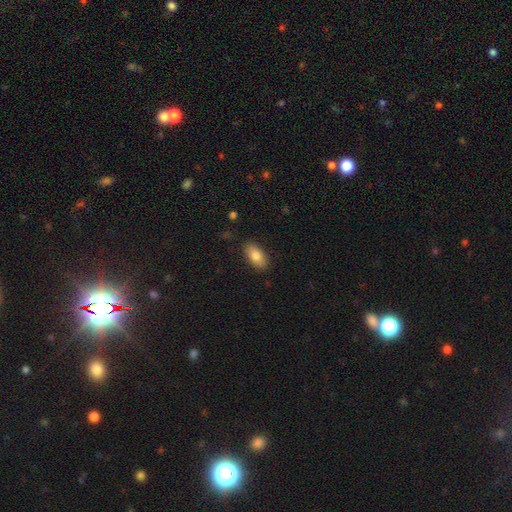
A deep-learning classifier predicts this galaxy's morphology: The model was most divided on "smooth or featured": smooth: 83%, featured or disk: 10%, star or artifact: 7%. More confident: how rounded — in between (92%); merging — none (87%).